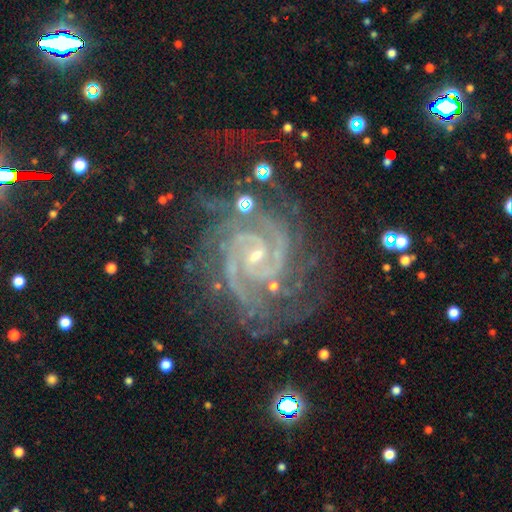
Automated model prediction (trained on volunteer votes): featured or disk 91%, star or artifact 7%, smooth 2%. Down the decision tree: edge-on disk — no (98%); bar — no (43%); spiral arms — yes (99%); spiral arm count — 2 (59%); spiral winding — tight (66%); bulge size — small (77%); merging — none (66%).